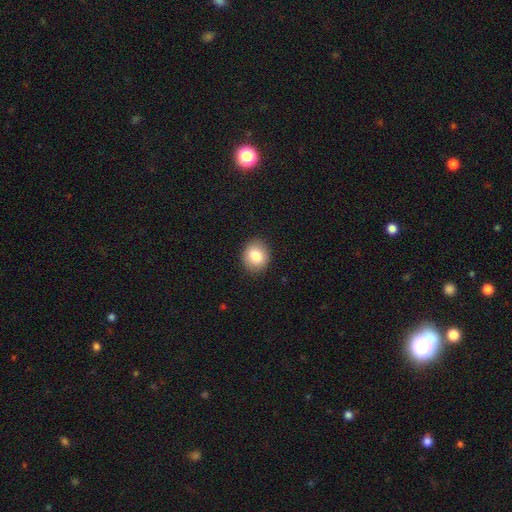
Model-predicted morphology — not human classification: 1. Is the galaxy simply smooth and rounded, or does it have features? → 84% smooth, 8% star or artifact, 8% featured or disk.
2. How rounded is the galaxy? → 70% round, 29% in between, 1% cigar-shaped.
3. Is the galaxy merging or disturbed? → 89% none, 8% minor disturbance, 2% major disturbance, 1% merger.